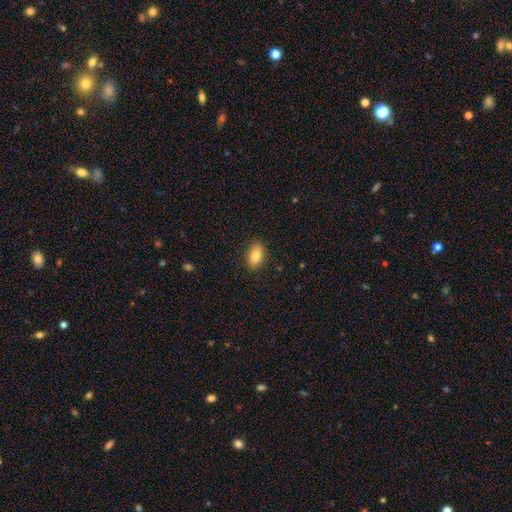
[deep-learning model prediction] Smooth or featured?
  - smooth: 83% *
  - featured or disk: 9%
  - star or artifact: 8%
How rounded?
  - in between: 87% *
  - round: 10%
  - cigar-shaped: 2%
Merging?
  - none: 87% *
  - minor disturbance: 9%
  - major disturbance: 2%
  - merger: 1%